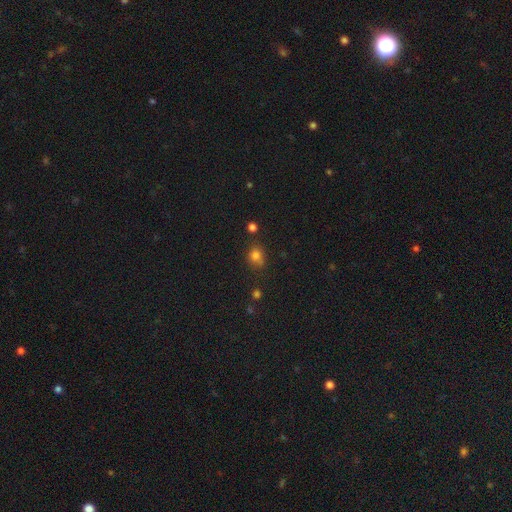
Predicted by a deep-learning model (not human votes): A smooth galaxy with no disk features (78%) that is round (59%).

Vote fractions:
- Smooth or featured? smooth: 78% / star or artifact: 15% / featured or disk: 7%
- How rounded? round: 59% / in between: 39% / cigar-shaped: 1%
- Merging? none: 66% / minor disturbance: 22% / merger: 6% / major disturbance: 6%